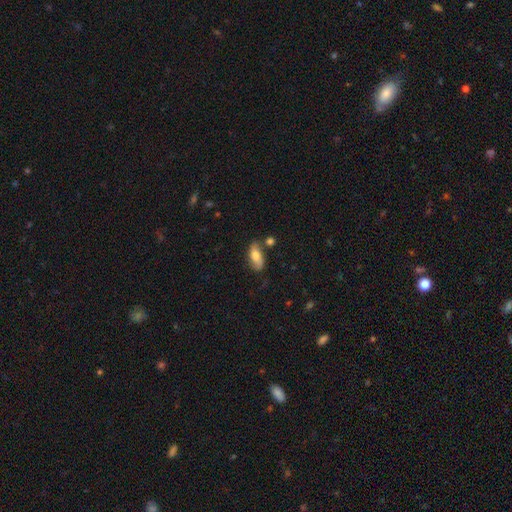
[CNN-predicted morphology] A smooth galaxy with no disk features (67%) that is in between round and cigar-shaped (85%). Merging: none (65%).